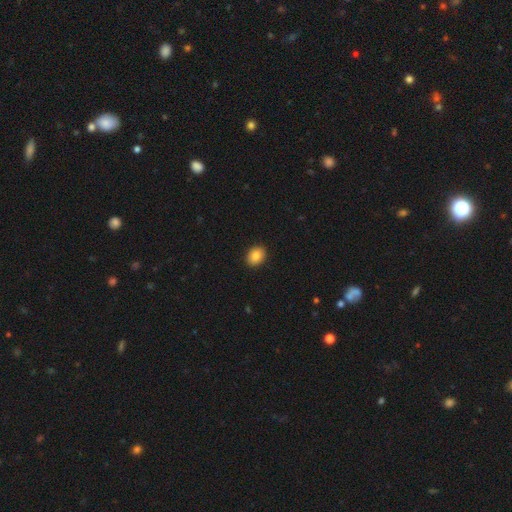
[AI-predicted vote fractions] Overall: smooth (85%). How rounded: in between (57%; round 42%). Merging: none (91%).